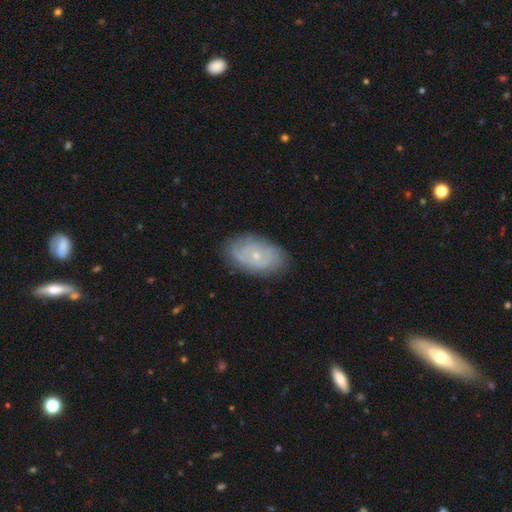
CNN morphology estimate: featured or disk 66%, smooth 27%, star or artifact 7%. Down the decision tree: edge-on disk — no (95%); bar — no (78%); spiral arms — yes (81%); spiral arm count — can't tell (52%); spiral winding — tight (68%); bulge size — small (75%); merging — none (80%).